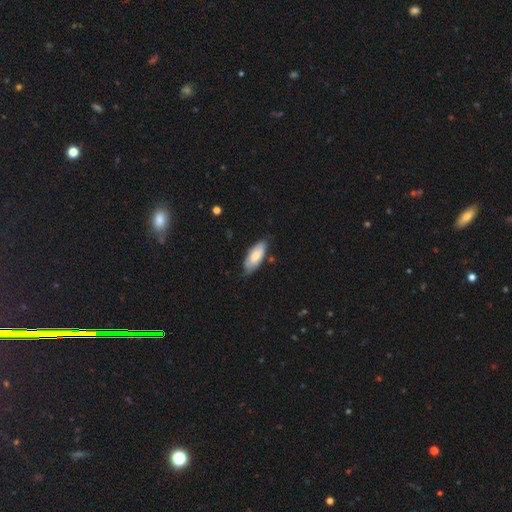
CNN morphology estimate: Q: Smooth or featured?
A: smooth (68%); runner-up: featured or disk (26%)
Q: How rounded?
A: in between (85%); runner-up: cigar-shaped (14%)
Q: Merging?
A: none (67%); runner-up: minor disturbance (27%)